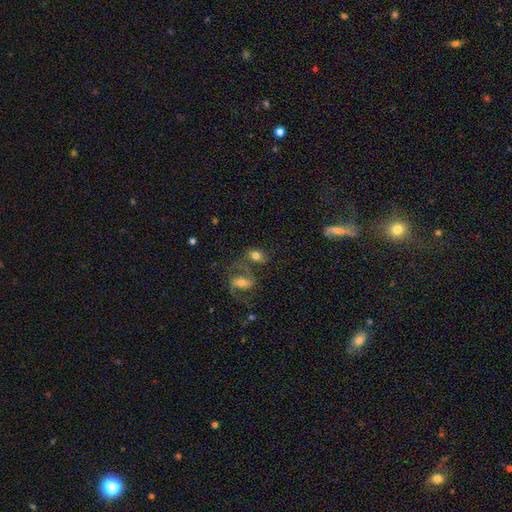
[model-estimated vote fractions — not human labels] Smooth or featured? smooth (61%)
How rounded? in between (73%)
Merging? none (52%)